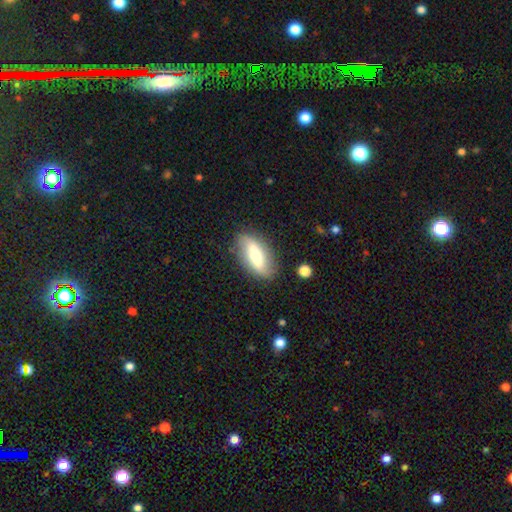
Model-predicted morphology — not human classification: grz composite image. It shows a smooth galaxy with no disk features (56%) that is in between round and cigar-shaped (76%). Merging: none (78%).